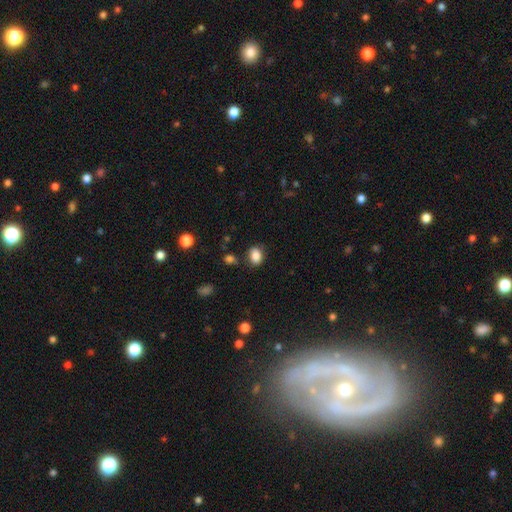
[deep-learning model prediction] smooth_or_featured: smooth (p=0.86) [alt: star or artifact p=0.09]
how_rounded: in between (p=0.70) [alt: round p=0.29]
merging: none (p=0.76) [alt: minor disturbance p=0.16]